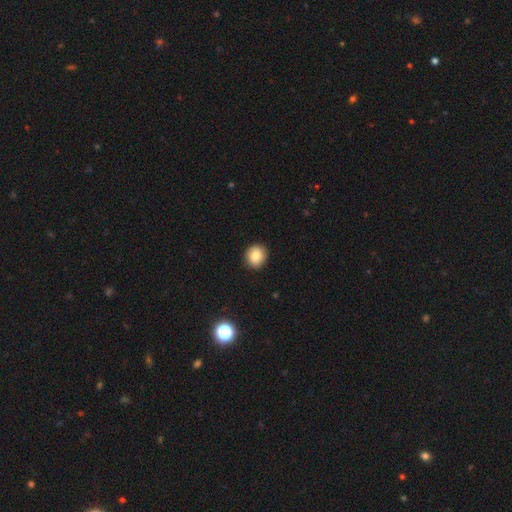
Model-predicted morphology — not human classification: This is clearly a smooth galaxy (83%). How rounded: clearly round (84%). Merging: clearly none (90%).